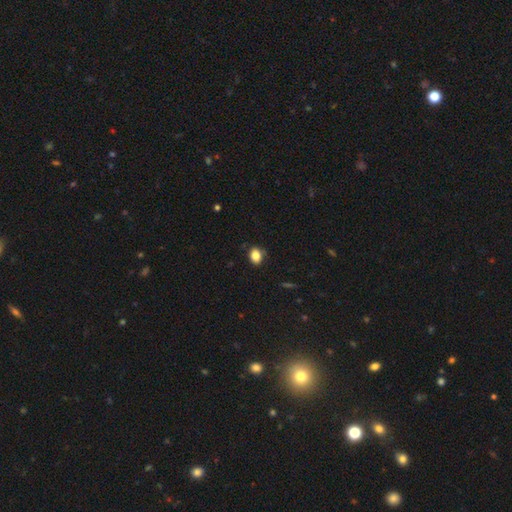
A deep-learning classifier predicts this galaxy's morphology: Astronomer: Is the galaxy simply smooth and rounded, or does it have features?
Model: smooth — 83%.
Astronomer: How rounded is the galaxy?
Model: in between — 65%.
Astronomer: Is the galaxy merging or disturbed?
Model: none — 80%.